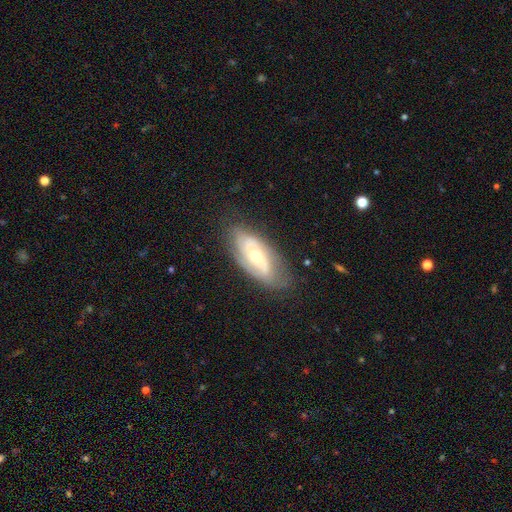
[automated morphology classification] type=featured or disk (77%); edge-on=no (91%); bar=no (61%); spiral arms=yes (89%); winding=tight (46%); arm count=2 (52%); bulge=moderate (61%); merging=none (74%).